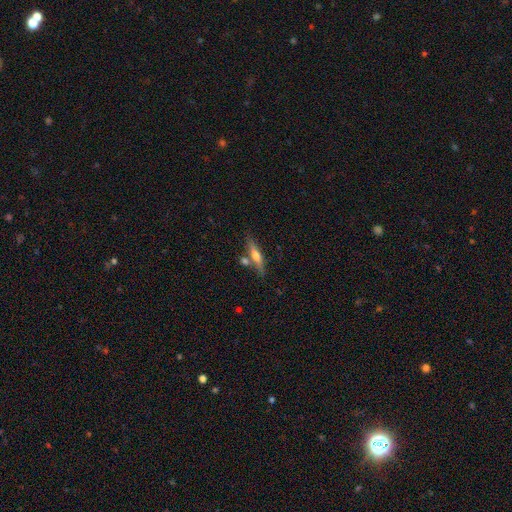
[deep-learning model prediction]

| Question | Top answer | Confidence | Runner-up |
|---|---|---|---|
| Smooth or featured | featured or disk | 53% | smooth (41%) |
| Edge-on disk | yes | 92% | no (8%) |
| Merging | none | 69% | merger (15%) |